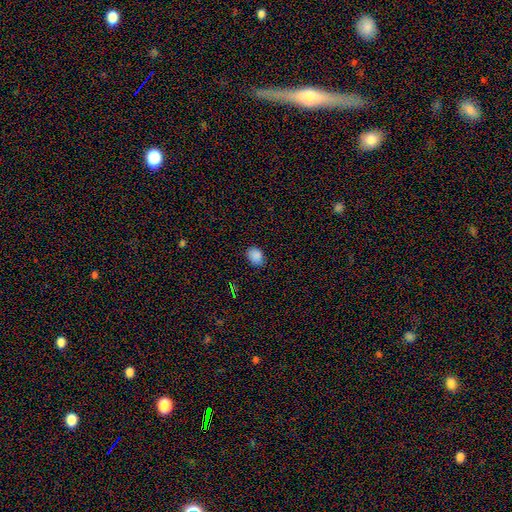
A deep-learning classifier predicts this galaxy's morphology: This appears to be a smooth galaxy with no disk features (84%) that is in between round and cigar-shaped (64%). Merging: none (81%).